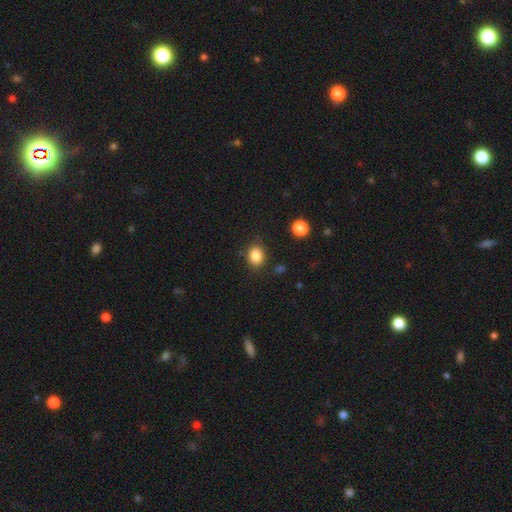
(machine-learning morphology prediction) smooth-or-featured: smooth: 85% | star or artifact: 10% | featured or disk: 5%
  how-rounded: in between: 52% | round: 47% | cigar-shaped: 1%
  merging: none: 82% | minor disturbance: 12% | major disturbance: 3% | merger: 3%